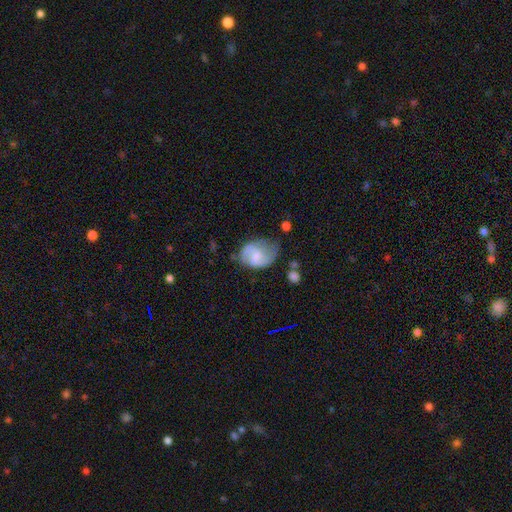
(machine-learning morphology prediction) featured or disk 50%, smooth 42%, star or artifact 7%. Down the decision tree: edge-on disk — no (97%); merging — none (42%).